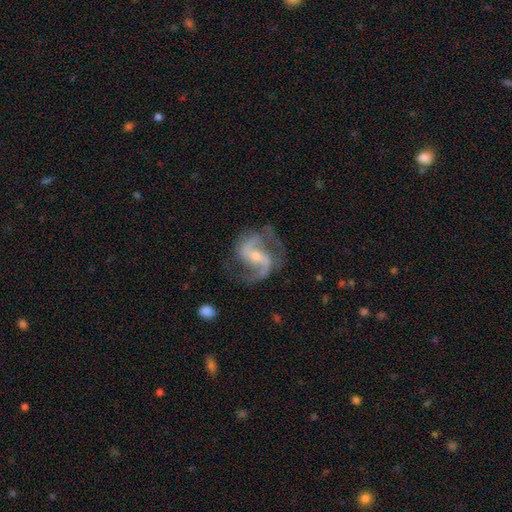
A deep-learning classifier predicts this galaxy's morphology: Smooth or featured? featured or disk (91%)
Edge-on disk? no (98%)
Bar? weak (44%)
Spiral arms? yes (97%)
Spiral winding? medium (50%)
Spiral arm count? 2 (91%)
Bulge size? small (51%)
Merging? none (70%)